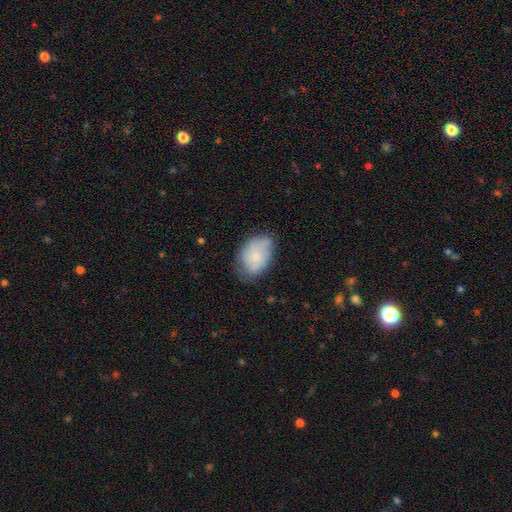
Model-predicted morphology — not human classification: Q: Smooth or featured?
A: smooth (67%); runner-up: featured or disk (25%)
Q: How rounded?
A: in between (83%); runner-up: round (16%)
Q: Merging?
A: none (57%); runner-up: minor disturbance (32%)